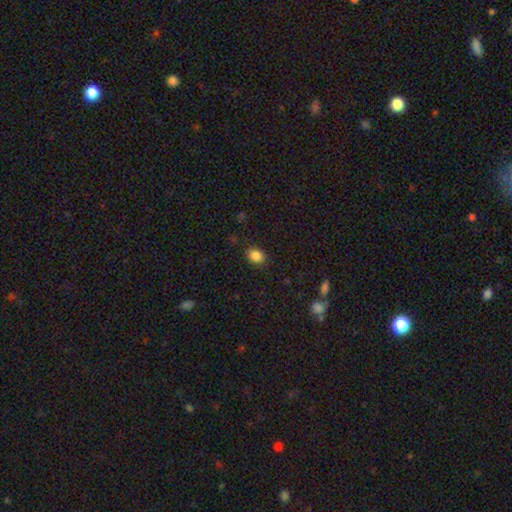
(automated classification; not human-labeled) Q: Smooth or featured?
A: smooth (86%); runner-up: star or artifact (10%)
Q: How rounded?
A: in between (61%); runner-up: round (38%)
Q: Merging?
A: none (86%); runner-up: minor disturbance (10%)